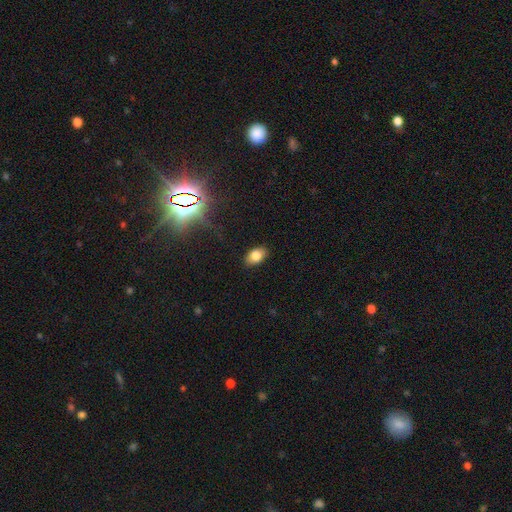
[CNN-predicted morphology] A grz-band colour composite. It shows a smooth galaxy with no disk features (80%) that is in between round and cigar-shaped (89%). Merging: none (87%).